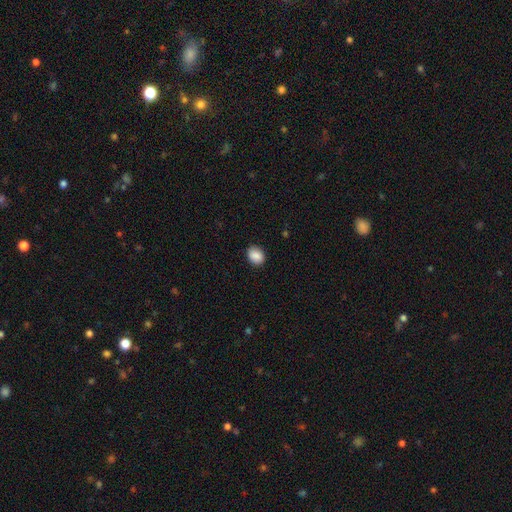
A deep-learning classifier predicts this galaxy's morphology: The model was most divided on "how rounded": round: 50%, in between: 49%, cigar-shaped: 1%. More confident: smooth or featured — smooth (89%); merging — none (87%).